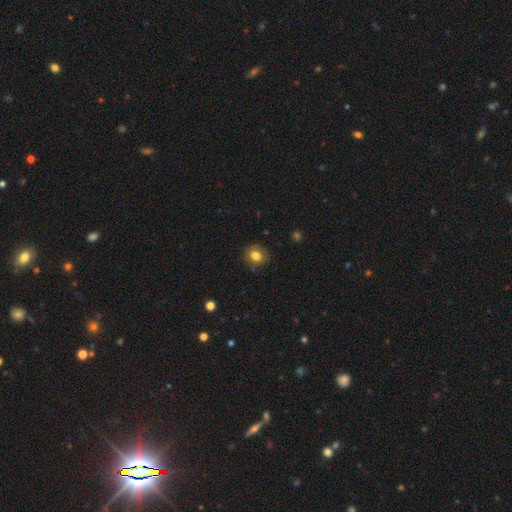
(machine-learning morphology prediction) A smooth galaxy with no disk features (81%) that is round (75%). Merging: none (83%).